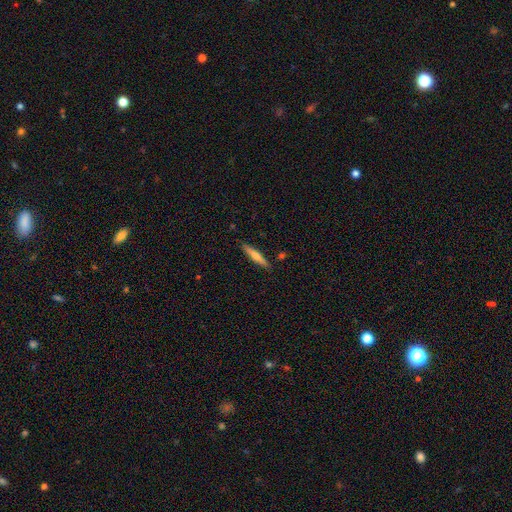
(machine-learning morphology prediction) smooth 55%, featured or disk 40%, star or artifact 6%. Down the decision tree: how rounded — cigar-shaped (90%); merging — none (88%).